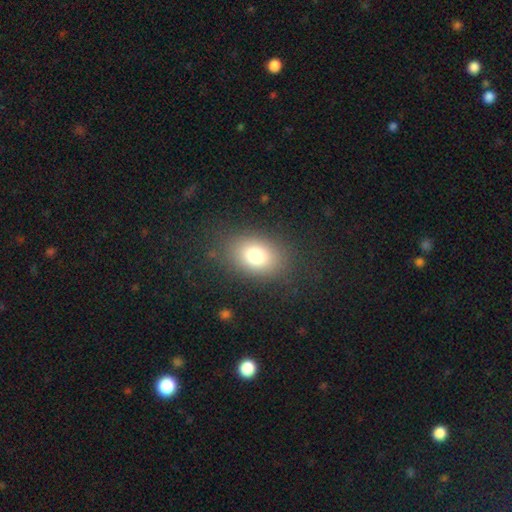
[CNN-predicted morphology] This is likely a smooth galaxy (78%). How rounded: likely in between (71%). Merging: clearly none (82%).